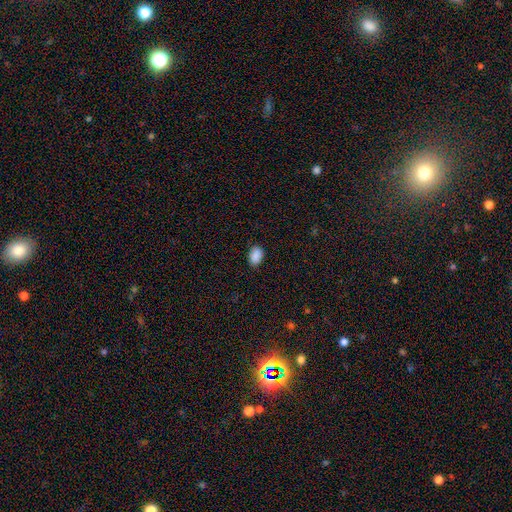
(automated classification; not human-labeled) Smooth or featured? smooth (89%)
How rounded? in between (85%)
Merging? none (85%)